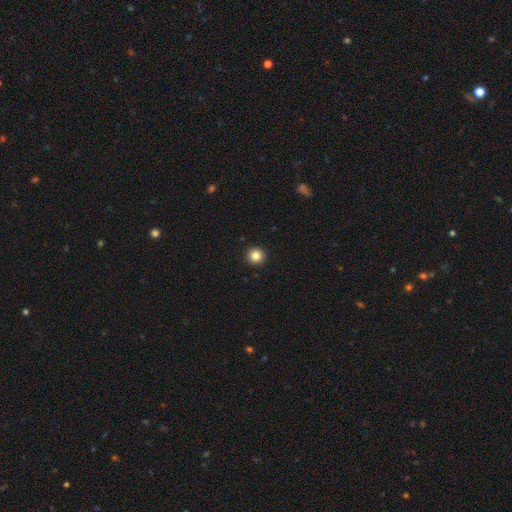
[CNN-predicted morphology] This appears to be a smooth galaxy with no disk features (84%) that is round (96%). Merging: none (93%).